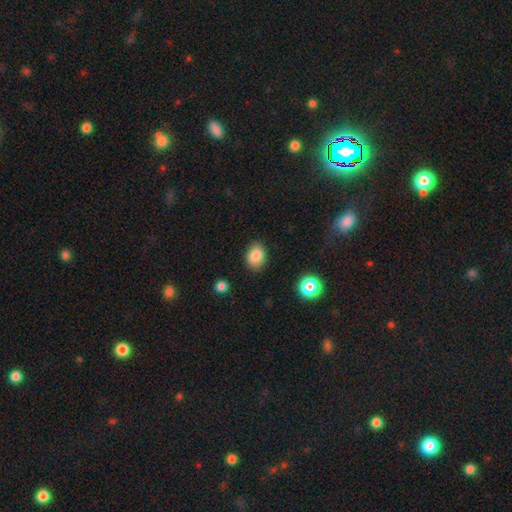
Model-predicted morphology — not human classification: Smooth or featured?
  - smooth: 86% *
  - star or artifact: 9%
  - featured or disk: 5%
How rounded?
  - in between: 69% *
  - round: 30%
  - cigar-shaped: 1%
Merging?
  - none: 85% *
  - minor disturbance: 11%
  - major disturbance: 3%
  - merger: 1%